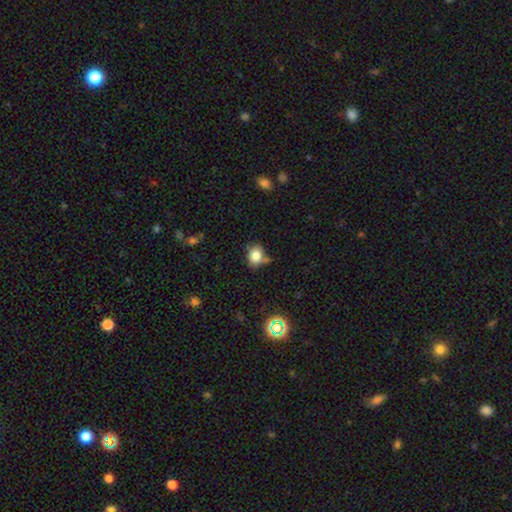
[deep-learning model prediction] Smooth or featured?
  - smooth: 80% *
  - star or artifact: 12%
  - featured or disk: 9%
How rounded?
  - in between: 50% *
  - round: 49%
  - cigar-shaped: 1%
Merging?
  - none: 60% *
  - minor disturbance: 23%
  - merger: 11%
  - major disturbance: 6%